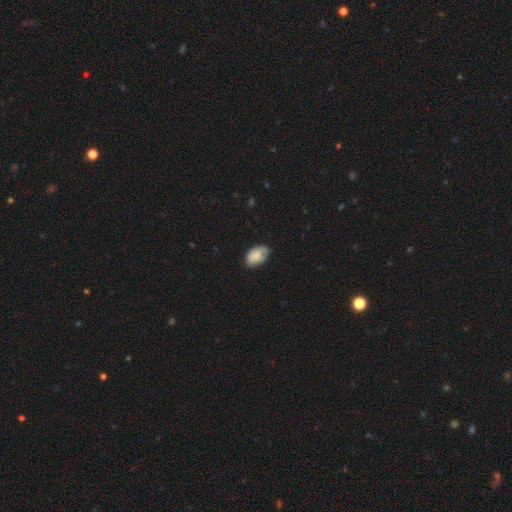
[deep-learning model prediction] Smooth or featured?
  - smooth: 78% *
  - featured or disk: 15%
  - star or artifact: 7%
How rounded?
  - in between: 91% *
  - round: 8%
  - cigar-shaped: 1%
Merging?
  - none: 67% *
  - minor disturbance: 26%
  - major disturbance: 5%
  - merger: 1%